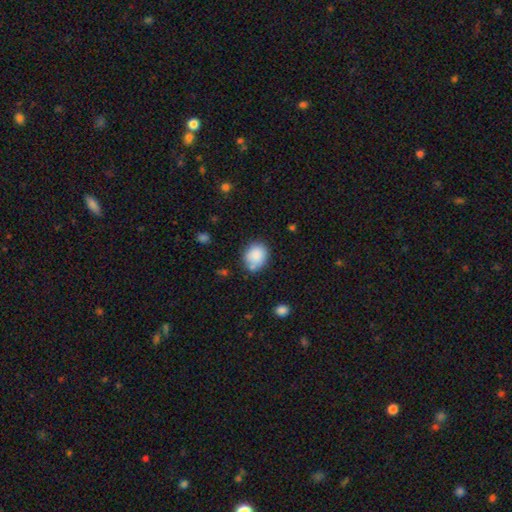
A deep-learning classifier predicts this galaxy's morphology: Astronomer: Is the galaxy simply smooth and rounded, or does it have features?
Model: smooth — 86%.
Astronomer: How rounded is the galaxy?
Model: round — 61% (runner-up: in between, 38%).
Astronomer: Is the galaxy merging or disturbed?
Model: none — 70%.